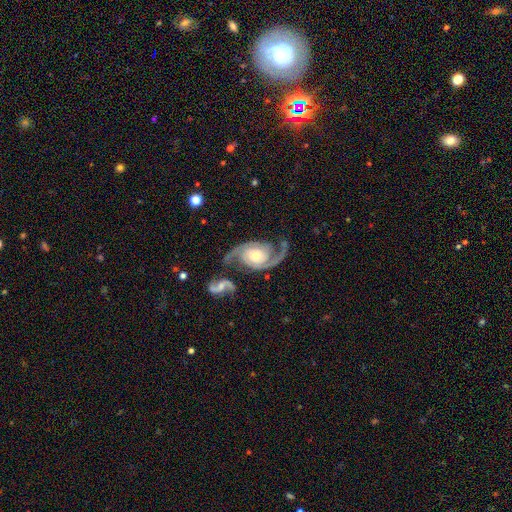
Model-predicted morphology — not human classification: Smooth or featured?
  - featured or disk: 92% *
  - star or artifact: 5%
  - smooth: 4%
Edge-on disk?
  - no: 97% *
  - yes: 3%
Bar?
  - no: 68% *
  - weak: 22%
  - strong: 10%
Spiral arms?
  - yes: 98% *
  - no: 2%
Spiral winding?
  - medium: 53% *
  - tight: 28%
  - loose: 20%
Spiral arm count?
  - 2: 92% *
  - 3: 2%
  - can't tell: 2%
  - 1: 2%
  - 4: 1%
  - more than 4: 1%
Bulge size?
  - moderate: 50% *
  - small: 41%
  - large: 6%
  - none: 2%
  - dominant: 1%
Merging?
  - none: 57% *
  - merger: 18%
  - minor disturbance: 16%
  - major disturbance: 10%